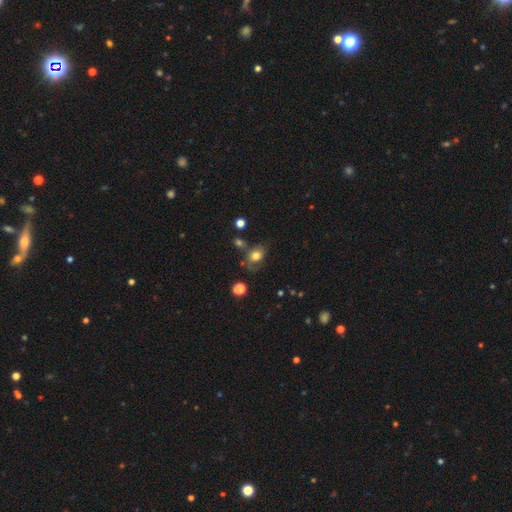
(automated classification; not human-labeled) Smooth or featured? smooth (73%)
How rounded? in between (51%)
Merging? none (54%)